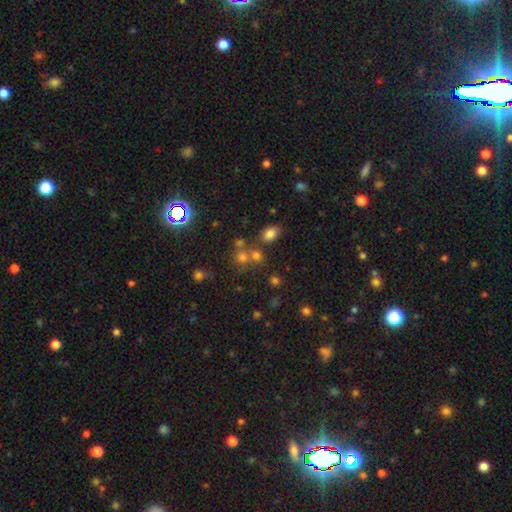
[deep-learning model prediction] smooth-or-featured: smooth: 68% | star or artifact: 22% | featured or disk: 10%
  how-rounded: round: 75% | in between: 24% | cigar-shaped: 1%
  merging: none: 59% | merger: 27% | minor disturbance: 10% | major disturbance: 5%